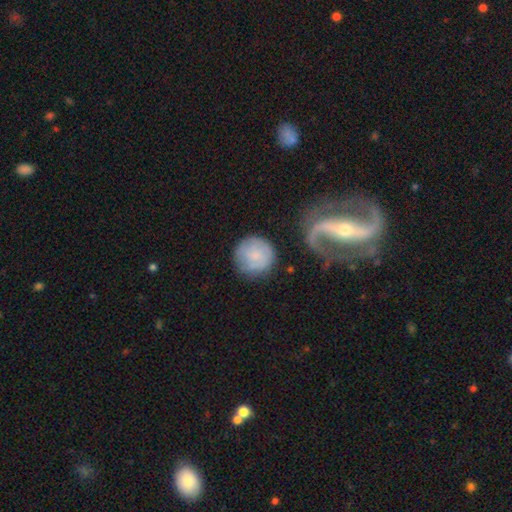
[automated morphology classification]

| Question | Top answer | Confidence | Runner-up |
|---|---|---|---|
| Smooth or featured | smooth | 56% | featured or disk (36%) |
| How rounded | round | 92% | in between (7%) |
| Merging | none | 72% | minor disturbance (15%) |